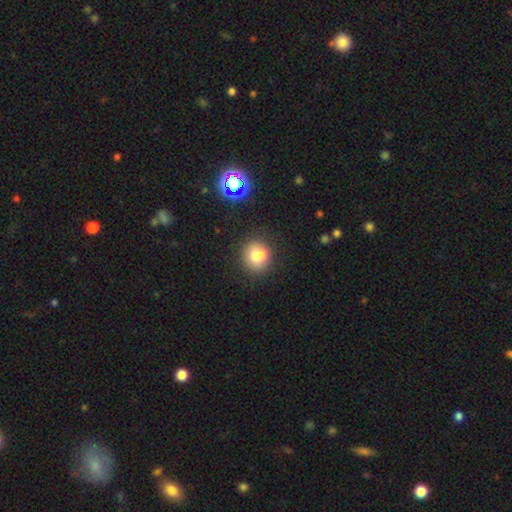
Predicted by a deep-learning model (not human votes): smooth 66%, featured or disk 22%, star or artifact 12%. Down the decision tree: how rounded — round (82%); merging — none (50%).